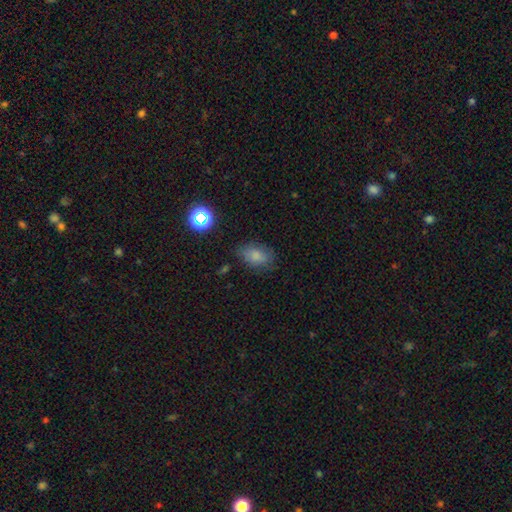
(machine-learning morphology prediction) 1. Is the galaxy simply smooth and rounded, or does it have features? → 79% smooth, 12% star or artifact, 9% featured or disk.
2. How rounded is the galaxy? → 84% in between, 15% round, 2% cigar-shaped.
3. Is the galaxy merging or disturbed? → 72% none, 20% minor disturbance, 6% major disturbance, 2% merger.